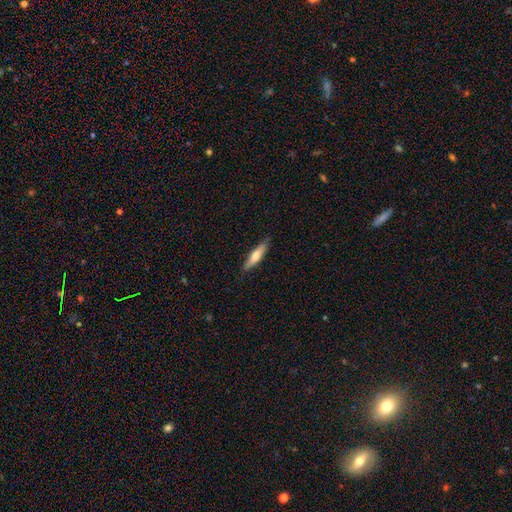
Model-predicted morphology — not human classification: Smooth or featured? Predicted: smooth (p=0.60). How rounded? Predicted: cigar-shaped (p=0.79). Merging? Predicted: none (p=0.85).